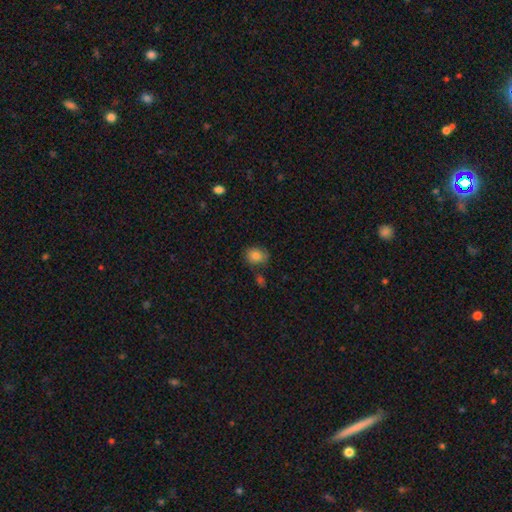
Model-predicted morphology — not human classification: smooth-or-featured: smooth: 82% | star or artifact: 9% | featured or disk: 8%
  how-rounded: round: 55% | in between: 44% | cigar-shaped: 1%
  merging: none: 71% | minor disturbance: 19% | merger: 6% | major disturbance: 4%